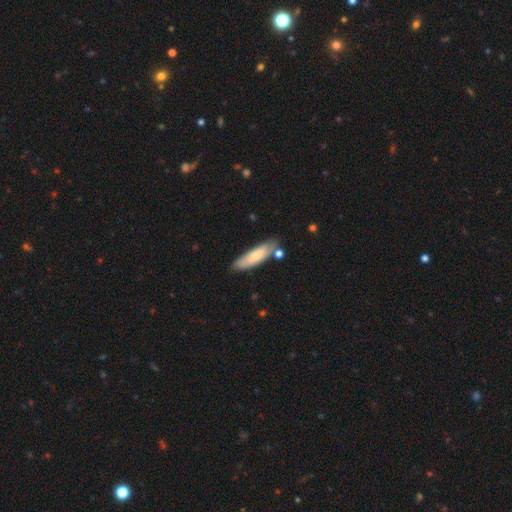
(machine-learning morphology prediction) Smooth or featured?
  - smooth: 66% *
  - featured or disk: 29%
  - star or artifact: 6%
How rounded?
  - cigar-shaped: 54% *
  - in between: 44%
  - round: 2%
Merging?
  - none: 71% *
  - minor disturbance: 17%
  - merger: 8%
  - major disturbance: 4%